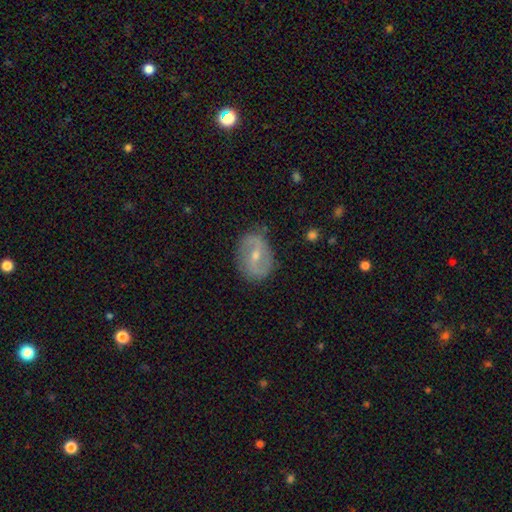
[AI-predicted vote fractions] Smooth or featured?
  - featured or disk: 71% *
  - smooth: 22%
  - star or artifact: 6%
Edge-on disk?
  - no: 96% *
  - yes: 4%
Bar?
  - weak: 45% *
  - strong: 33%
  - no: 21%
Spiral arms?
  - yes: 74% *
  - no: 26%
Spiral winding?
  - medium: 43% *
  - loose: 35%
  - tight: 23%
Spiral arm count?
  - 2: 86% *
  - can't tell: 9%
  - 1: 3%
  - 3: 1%
  - 4: 1%
  - more than 4: 1%
Bulge size?
  - small: 50% *
  - moderate: 47%
  - none: 1%
  - large: 1%
  - dominant: 1%
Merging?
  - none: 80% *
  - minor disturbance: 15%
  - major disturbance: 4%
  - merger: 1%